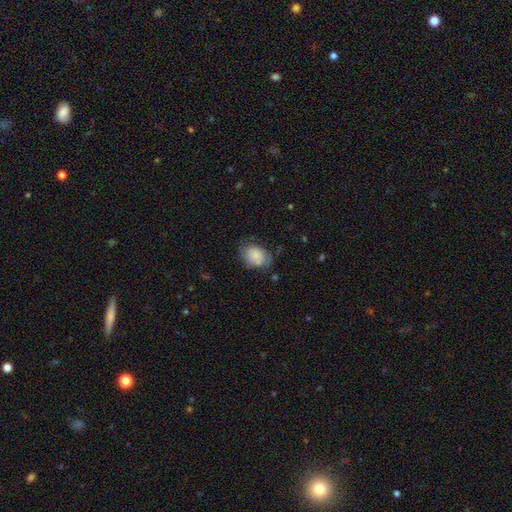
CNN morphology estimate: smooth_or_featured: smooth (p=0.77) [alt: featured or disk p=0.15]
how_rounded: in between (p=0.69) [alt: round p=0.30]
merging: none (p=0.55) [alt: minor disturbance p=0.30]